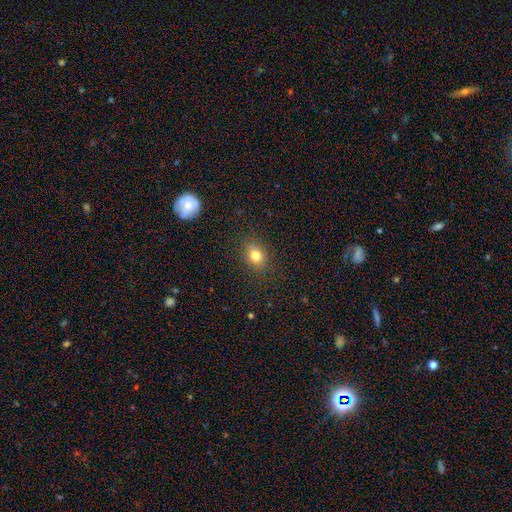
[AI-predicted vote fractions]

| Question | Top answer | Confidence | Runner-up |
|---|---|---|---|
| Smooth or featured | smooth | 79% | star or artifact (13%) |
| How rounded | round | 60% | in between (39%) |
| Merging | none | 86% | minor disturbance (9%) |